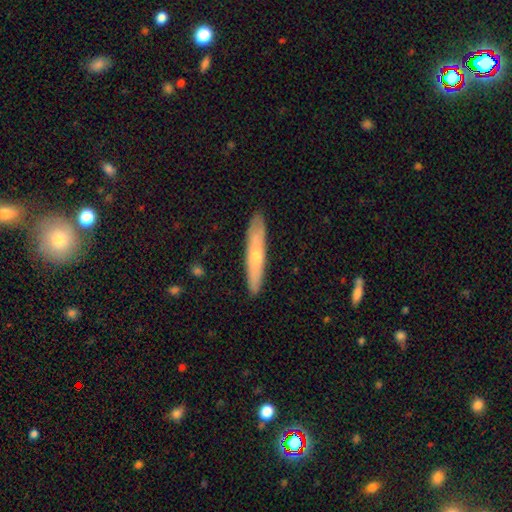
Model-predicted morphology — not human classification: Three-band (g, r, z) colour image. It shows a smooth galaxy with no disk features (54%) that is cigar-shaped (89%). Merging: none (88%).